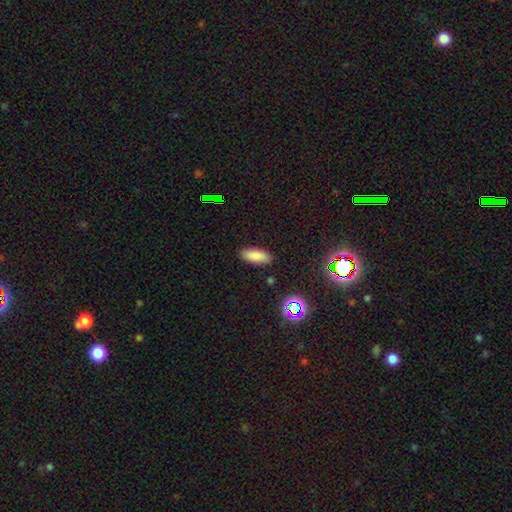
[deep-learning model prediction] smooth 84%, star or artifact 10%, featured or disk 6%. Down the decision tree: how rounded — in between (78%); merging — none (88%).